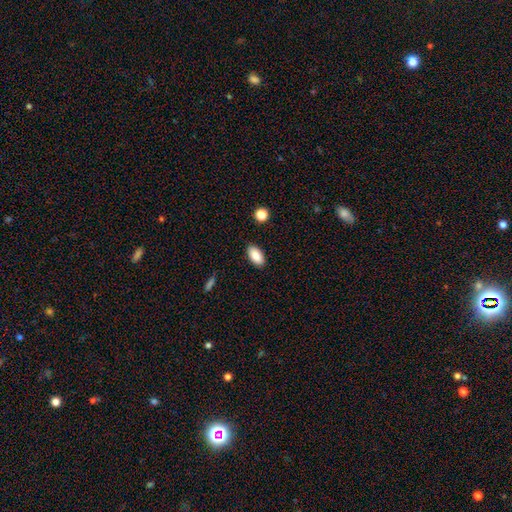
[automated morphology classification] Smooth or featured: smooth — 88% (star or artifact — 7%)
How rounded: in between — 93% (cigar-shaped — 4%)
Merging: none — 87% (minor disturbance — 9%)